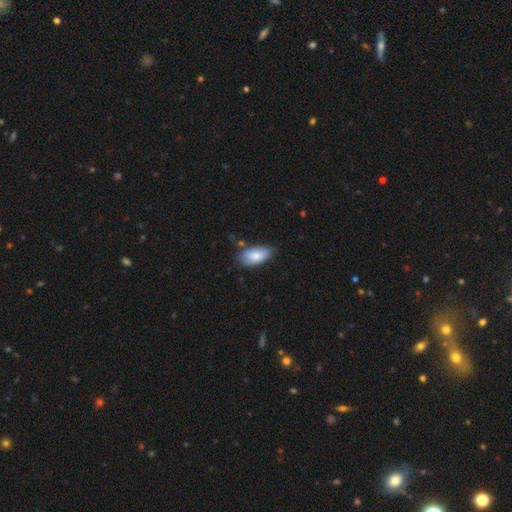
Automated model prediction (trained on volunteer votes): smooth 82%, featured or disk 12%, star or artifact 6%. Down the decision tree: how rounded — in between (91%); merging — none (70%).